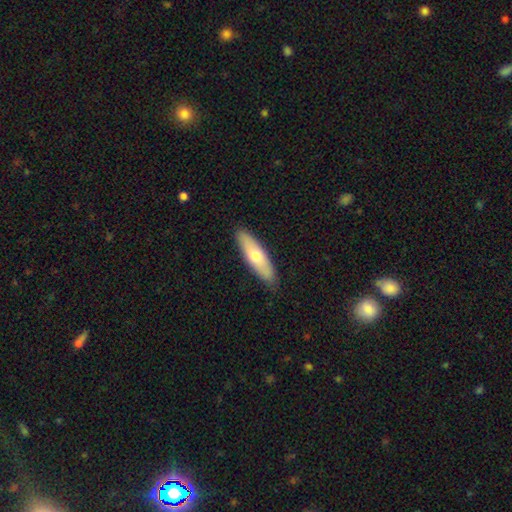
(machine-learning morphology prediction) This appears to be a smooth galaxy with no disk features (61%) that is cigar-shaped (56%). Merging: none (88%).